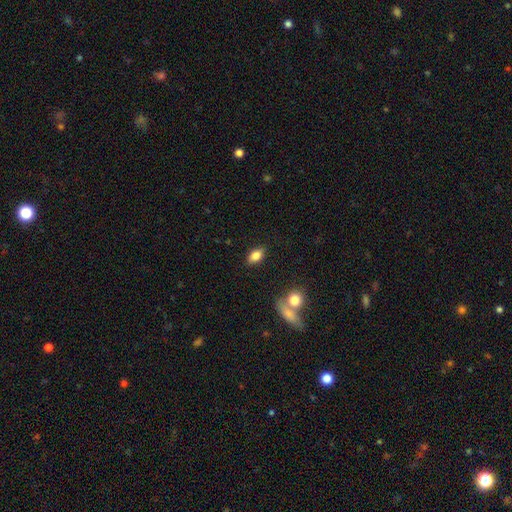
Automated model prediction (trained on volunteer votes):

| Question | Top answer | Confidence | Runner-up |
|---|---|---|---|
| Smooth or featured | smooth | 80% | featured or disk (12%) |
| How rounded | in between | 87% | round (7%) |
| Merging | none | 84% | minor disturbance (10%) |